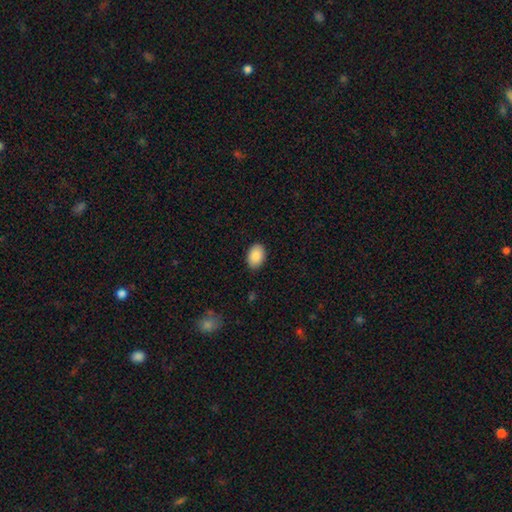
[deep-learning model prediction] This is clearly a smooth galaxy (89%). How rounded: clearly in between (87%). Merging: clearly none (88%).